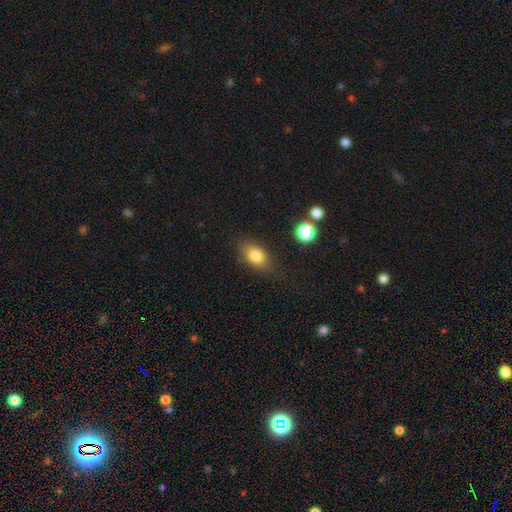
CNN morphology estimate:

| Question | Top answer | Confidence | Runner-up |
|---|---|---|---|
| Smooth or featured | smooth | 81% | featured or disk (10%) |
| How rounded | in between | 83% | round (13%) |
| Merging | none | 76% | minor disturbance (17%) |